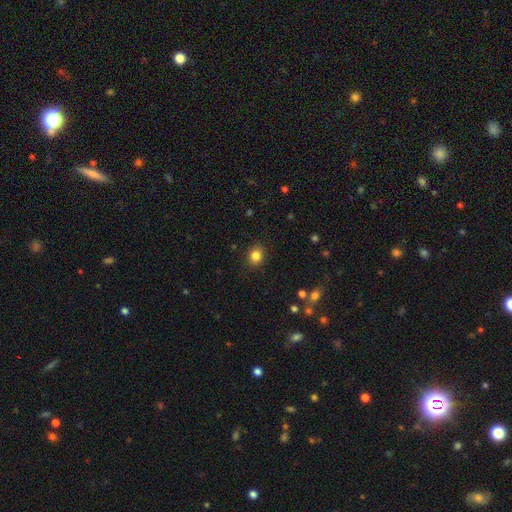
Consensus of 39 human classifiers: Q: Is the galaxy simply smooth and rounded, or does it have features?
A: smooth — 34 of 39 (87%).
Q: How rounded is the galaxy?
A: round — 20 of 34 (59%).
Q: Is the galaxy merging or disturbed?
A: none — 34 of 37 (92%).